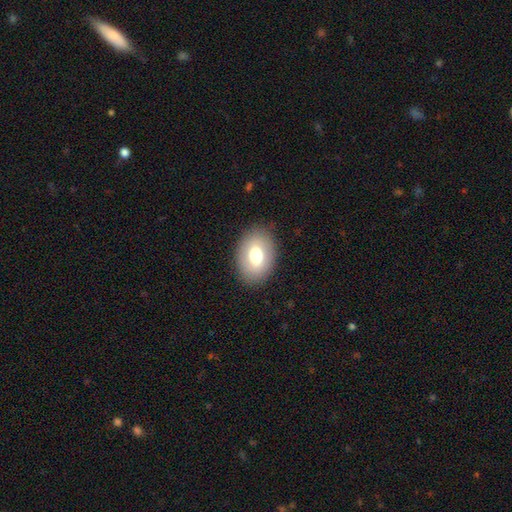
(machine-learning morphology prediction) type=smooth (71%); roundness=in between (80%); merging=none (86%).